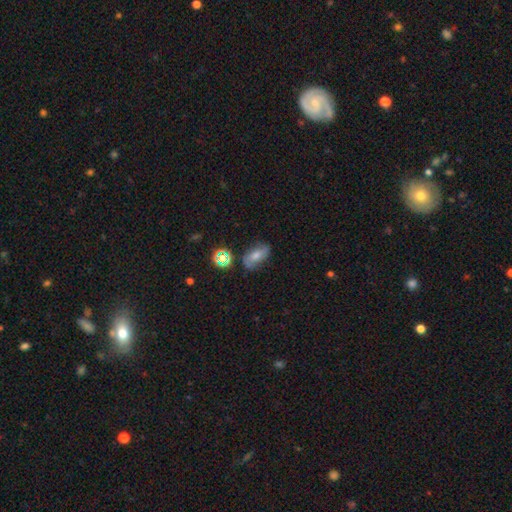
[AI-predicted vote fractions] Smooth or featured? smooth (47%)
Merging? none (66%)